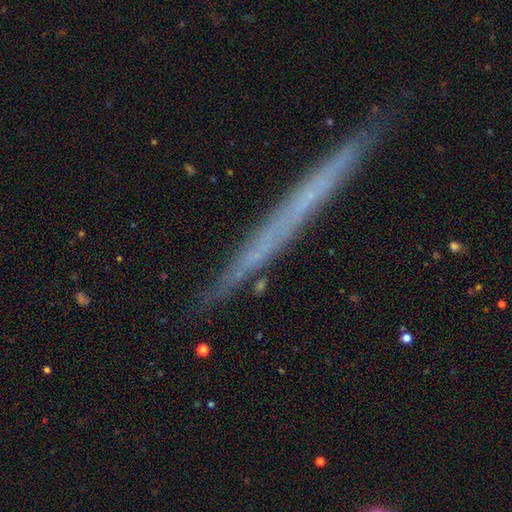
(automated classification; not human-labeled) Q: Smooth or featured?
A: featured or disk (42%); runner-up: smooth (39%)
Q: Merging?
A: none (83%); runner-up: minor disturbance (11%)